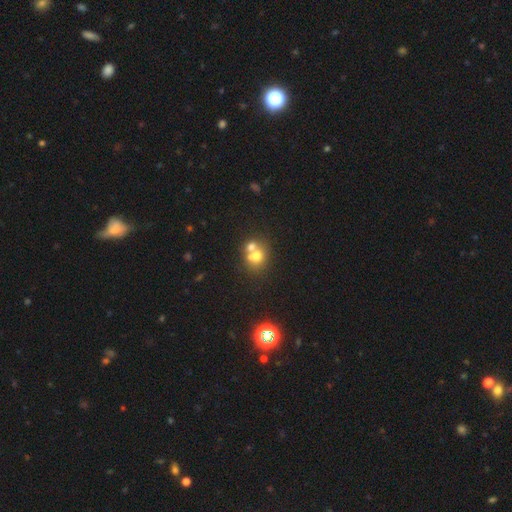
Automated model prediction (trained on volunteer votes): Smooth or featured? Predicted: smooth (p=0.64). How rounded? Predicted: round (p=0.74). Merging? Predicted: merger (p=0.53).